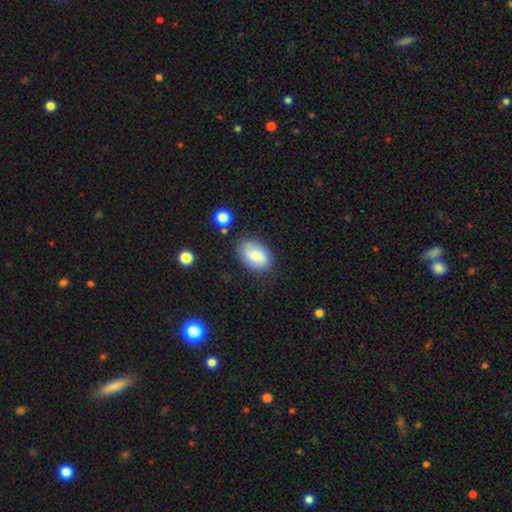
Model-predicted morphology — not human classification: This is likely a smooth galaxy (74%). How rounded: clearly in between (87%). Merging: likely none (75%).